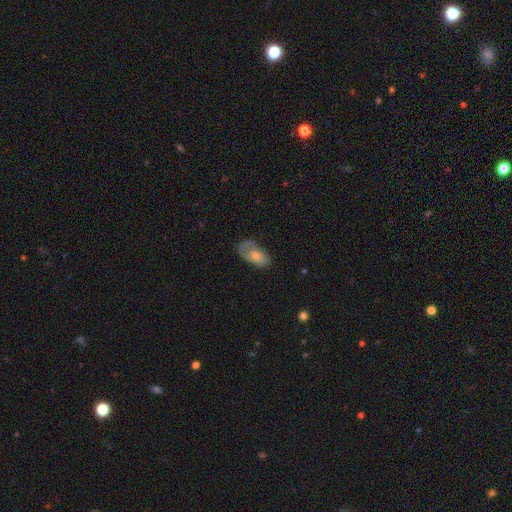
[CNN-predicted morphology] Smooth or featured: smooth — 51% (featured or disk — 41%)
How rounded: in between — 90% (round — 6%)
Merging: none — 53% (minor disturbance — 29%)